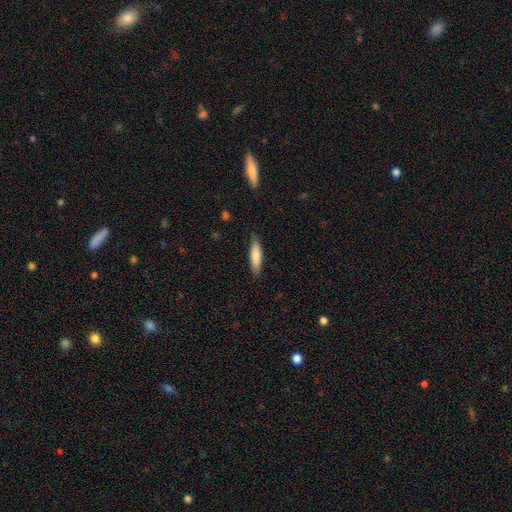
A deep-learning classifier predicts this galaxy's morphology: A smooth galaxy with no disk features (81%) that is cigar-shaped (69%).

Vote fractions:
- Smooth or featured? smooth: 81% / featured or disk: 13% / star or artifact: 6%
- How rounded? cigar-shaped: 69% / in between: 29% / round: 1%
- Merging? none: 85% / minor disturbance: 12% / major disturbance: 2% / merger: 1%